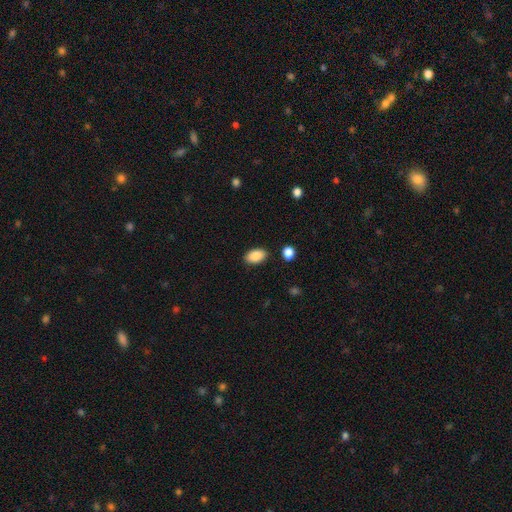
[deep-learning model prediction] The model was most divided on "merging": none: 86%, minor disturbance: 9%, major disturbance: 2%, merger: 2%. More confident: how rounded — in between (92%); smooth or featured — smooth (89%).